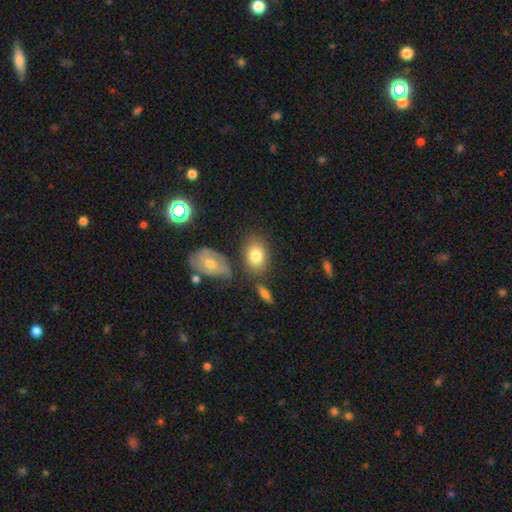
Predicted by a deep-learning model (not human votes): Morphology: type=smooth (79%); roundness=in between (77%); merging=none (67%).